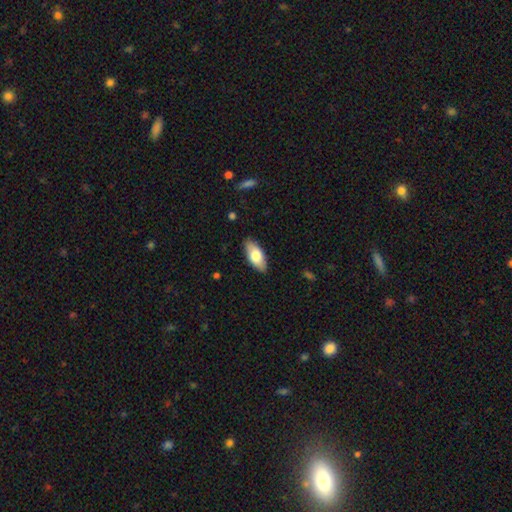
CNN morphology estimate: smooth 74%, featured or disk 20%, star or artifact 6%. Down the decision tree: how rounded — in between (89%); merging — none (87%).